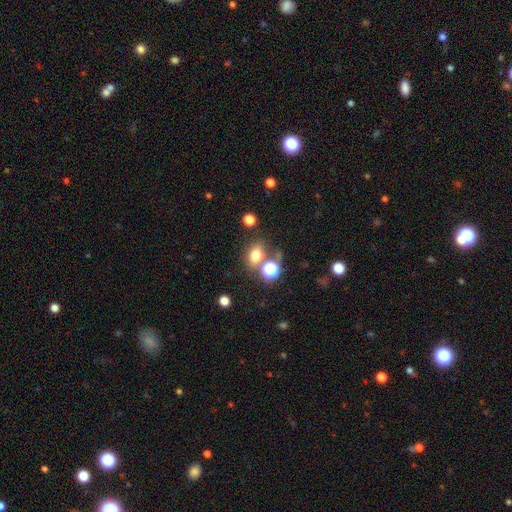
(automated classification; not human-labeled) smooth-or-featured: smooth: 73% | star or artifact: 17% | featured or disk: 9%
  how-rounded: in between: 57% | round: 42% | cigar-shaped: 1%
  merging: none: 64% | merger: 18% | minor disturbance: 13% | major disturbance: 6%